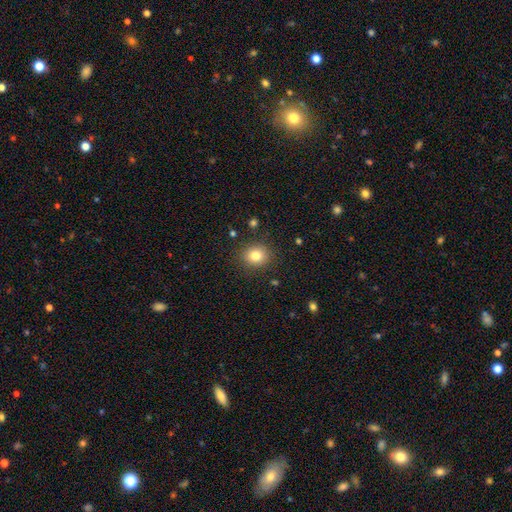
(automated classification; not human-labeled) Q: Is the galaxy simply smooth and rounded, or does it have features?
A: smooth — 81%.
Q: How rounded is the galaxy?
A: round — 77%.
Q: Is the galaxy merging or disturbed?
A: none — 87%.